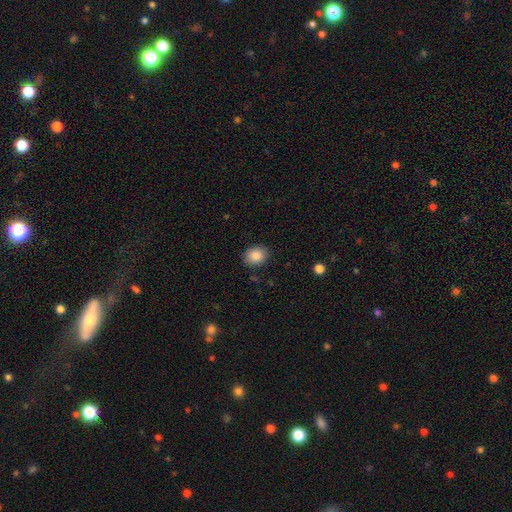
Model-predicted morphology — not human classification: This is clearly a smooth galaxy (87%). How rounded: possibly in between (53%). Merging: clearly none (87%).